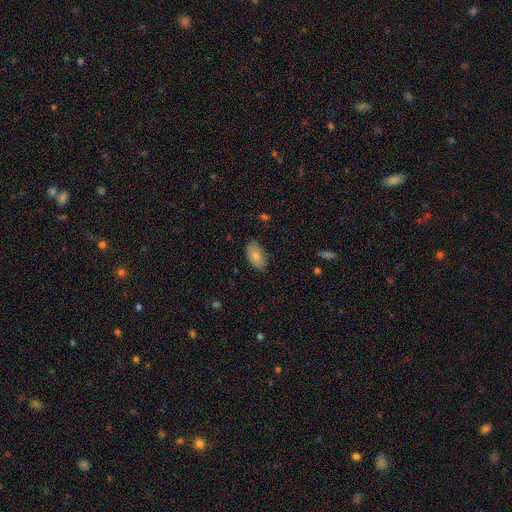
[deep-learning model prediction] A smooth galaxy with no disk features (81%) that is in between round and cigar-shaped (94%). Merging: none (82%).